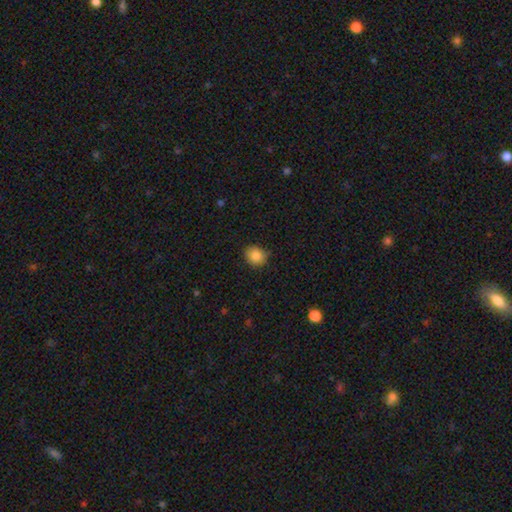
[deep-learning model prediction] smooth_or_featured: smooth (p=0.86) [alt: star or artifact p=0.09]
how_rounded: round (p=0.75) [alt: in between p=0.24]
merging: none (p=0.81) [alt: minor disturbance p=0.15]